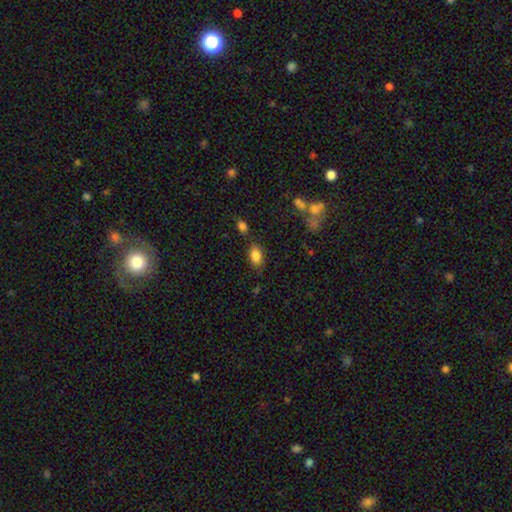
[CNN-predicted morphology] type=smooth (84%); roundness=in between (87%); merging=none (72%).